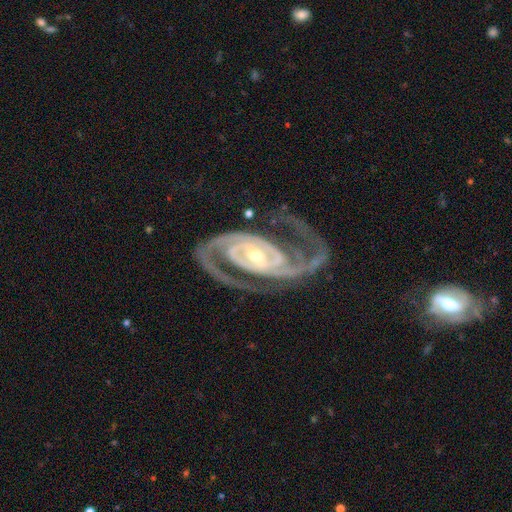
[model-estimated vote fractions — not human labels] Smooth or featured: featured or disk — 94% (star or artifact — 4%)
Edge-on disk: no — 97% (yes — 3%)
Bar: weak — 37% (strong — 36%)
Spiral arms: yes — 98% (no — 2%)
Spiral winding: tight — 48% (medium — 43%)
Spiral arm count: 2 — 90% (3 — 3%)
Bulge size: small — 49% (moderate — 47%)
Merging: none — 71% (minor disturbance — 15%)